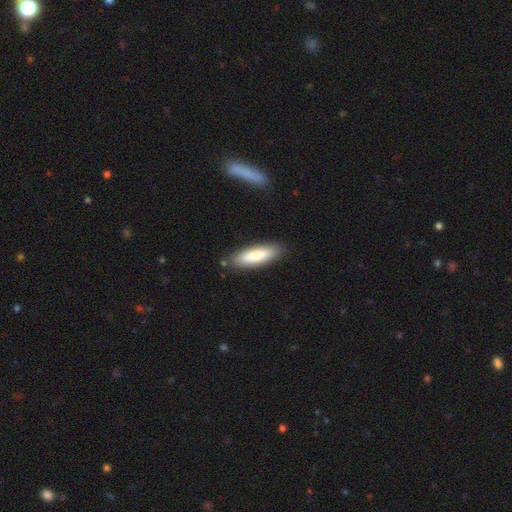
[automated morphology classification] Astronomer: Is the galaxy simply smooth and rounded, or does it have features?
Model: smooth — 83%.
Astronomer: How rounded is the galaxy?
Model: cigar-shaped — 56% (runner-up: in between, 42%).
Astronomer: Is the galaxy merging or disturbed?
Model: none — 84%.